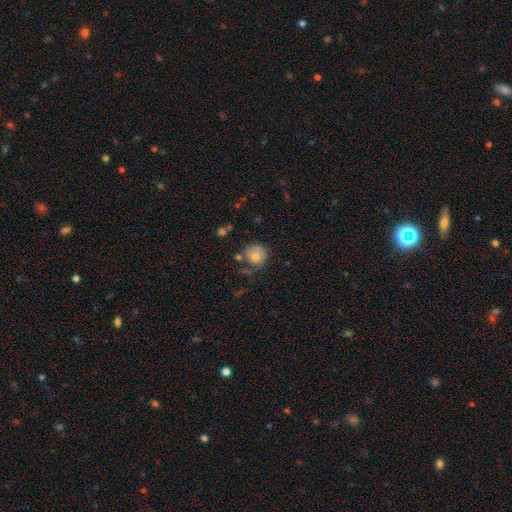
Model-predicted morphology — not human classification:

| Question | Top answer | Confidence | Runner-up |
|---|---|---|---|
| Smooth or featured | smooth | 65% | featured or disk (26%) |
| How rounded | round | 83% | in between (16%) |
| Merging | none | 57% | minor disturbance (24%) |